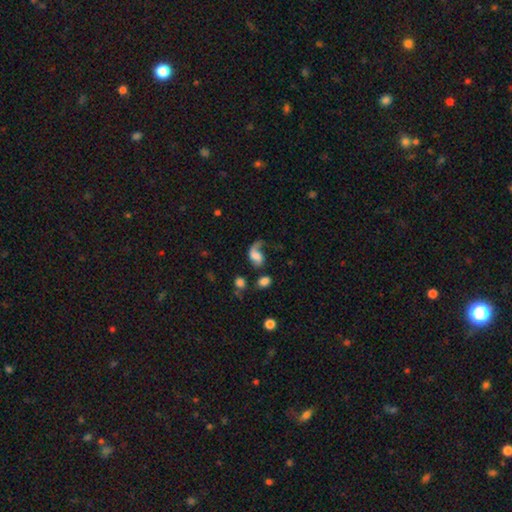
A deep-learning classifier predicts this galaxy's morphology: Smooth or featured? Predicted: featured or disk (p=0.53). Edge-on disk? Predicted: no (p=0.97). Bar? Predicted: no (p=0.57). Spiral arms? Predicted: yes (p=0.84). Bulge size? Predicted: none (p=0.35). Merging? Predicted: major disturbance (p=0.40).